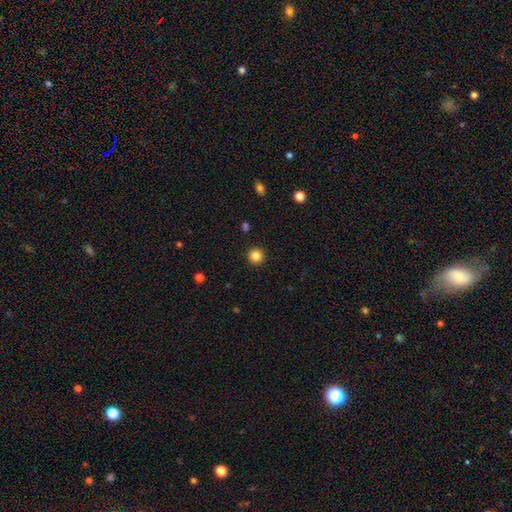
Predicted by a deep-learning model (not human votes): Morphology: type=smooth (85%); roundness=round (95%); merging=none (93%).